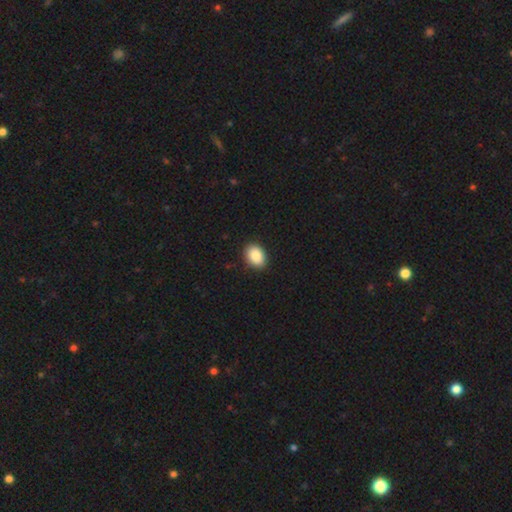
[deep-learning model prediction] Overall: smooth (90%). How rounded: in between (78%). Merging: none (89%).